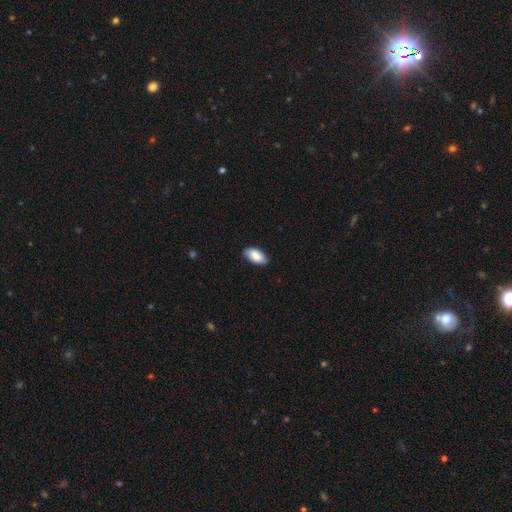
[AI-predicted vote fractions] A smooth galaxy with no disk features (84%) that is in between round and cigar-shaped (94%). Merging: none (85%).